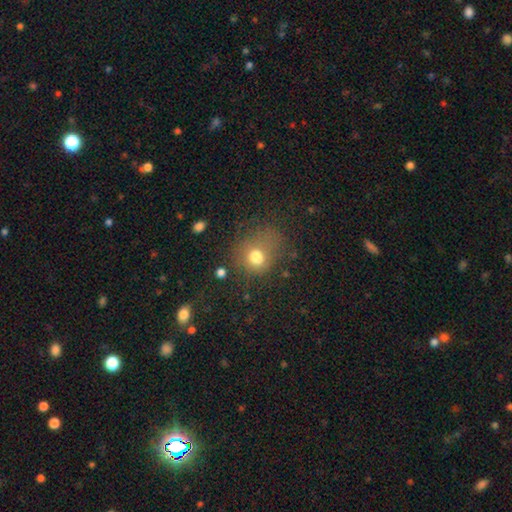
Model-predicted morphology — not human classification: Overall: smooth (72%). How rounded: round (64%; in between 35%). Merging: none (50%; minor disturbance 23%).